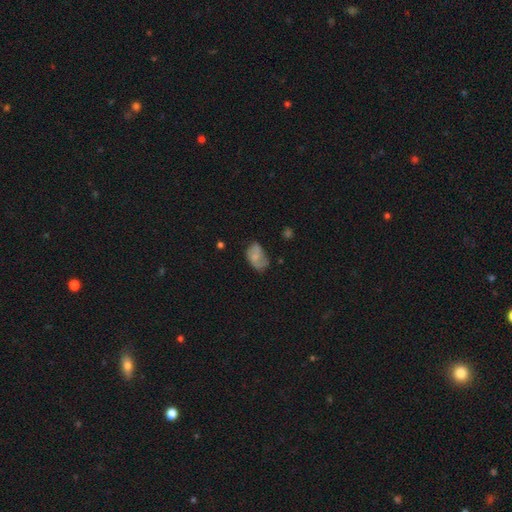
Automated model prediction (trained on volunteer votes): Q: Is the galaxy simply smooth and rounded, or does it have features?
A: smooth — 55%.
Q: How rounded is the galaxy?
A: in between — 87%.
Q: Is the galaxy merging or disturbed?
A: none — 42%.